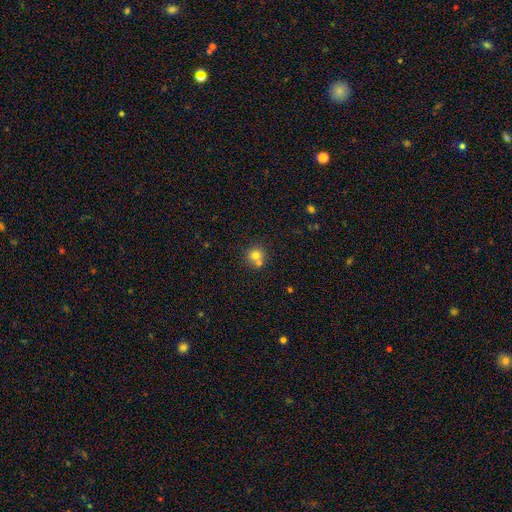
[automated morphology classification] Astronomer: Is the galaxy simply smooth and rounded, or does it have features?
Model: smooth — 74%.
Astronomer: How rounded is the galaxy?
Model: round — 88%.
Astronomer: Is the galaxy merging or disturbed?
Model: none — 53% (runner-up: merger, 36%).